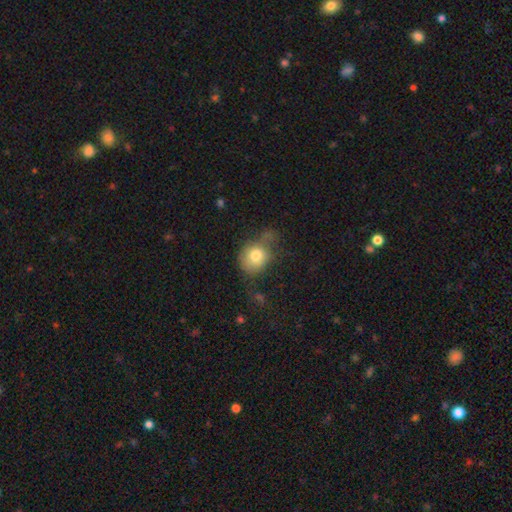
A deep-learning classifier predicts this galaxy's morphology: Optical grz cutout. It shows a smooth galaxy with no disk features (77%) that is round (68%). Merging: none (35%).